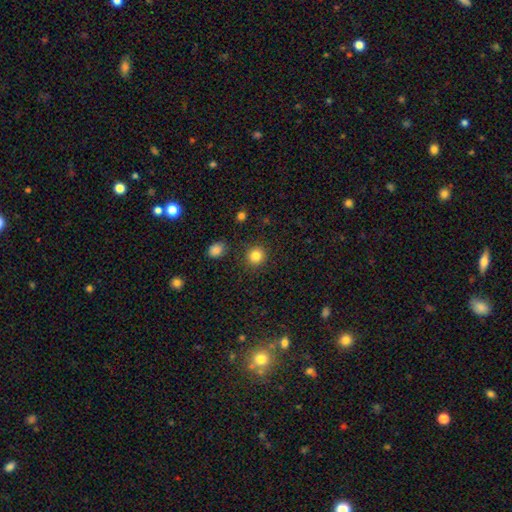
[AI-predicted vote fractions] smooth 84%, star or artifact 11%, featured or disk 5%. Down the decision tree: how rounded — round (91%); merging — none (89%).